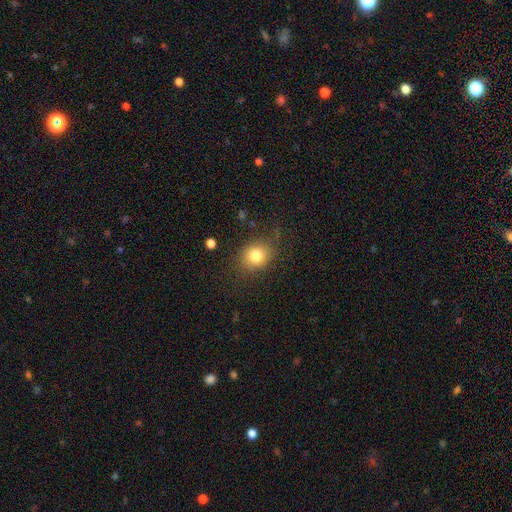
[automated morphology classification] Q: Smooth or featured?
A: smooth (80%); runner-up: star or artifact (11%)
Q: How rounded?
A: round (63%); runner-up: in between (37%)
Q: Merging?
A: none (80%); runner-up: minor disturbance (13%)